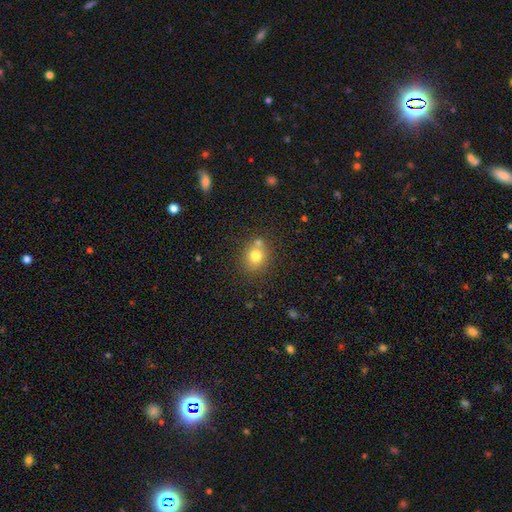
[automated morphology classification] smooth_or_featured: smooth (p=0.77) [alt: star or artifact p=0.12]
how_rounded: round (p=0.75) [alt: in between p=0.25]
merging: none (p=0.63) [alt: merger p=0.21]